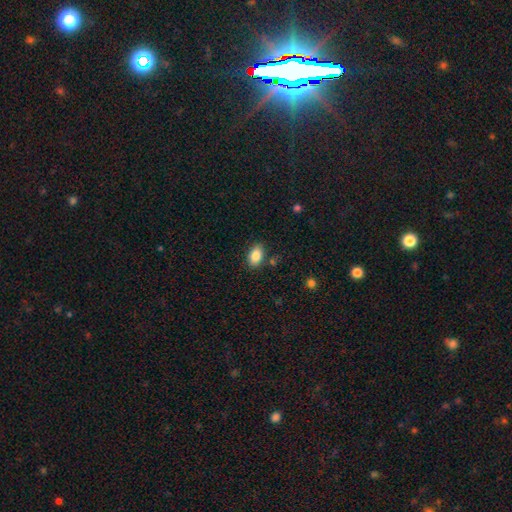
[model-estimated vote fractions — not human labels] smooth-or-featured: smooth: 86% | star or artifact: 8% | featured or disk: 6%
  how-rounded: in between: 89% | round: 9% | cigar-shaped: 2%
  merging: none: 82% | minor disturbance: 12% | merger: 3% | major disturbance: 3%